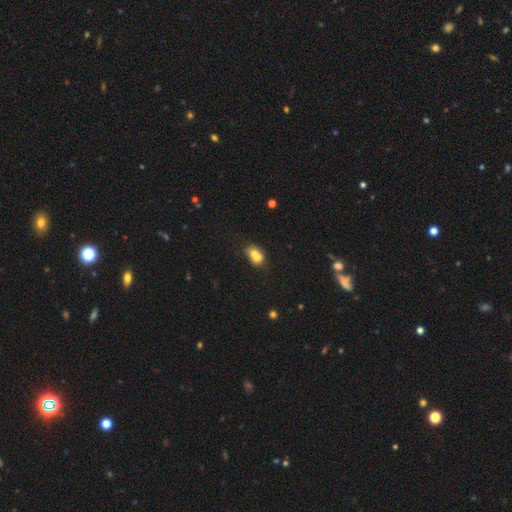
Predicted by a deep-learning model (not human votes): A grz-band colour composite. It shows a smooth galaxy with no disk features (71%) that is in between round and cigar-shaped (72%). Merging: merger (50%).